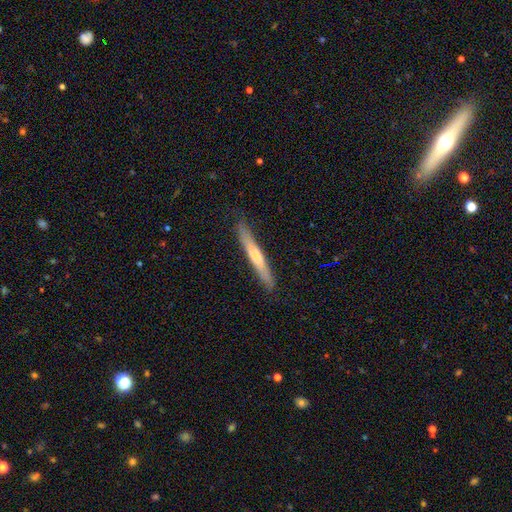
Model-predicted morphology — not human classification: Q: Smooth or featured?
A: smooth (54%); runner-up: featured or disk (41%)
Q: How rounded?
A: cigar-shaped (96%); runner-up: in between (3%)
Q: Merging?
A: none (85%); runner-up: minor disturbance (12%)